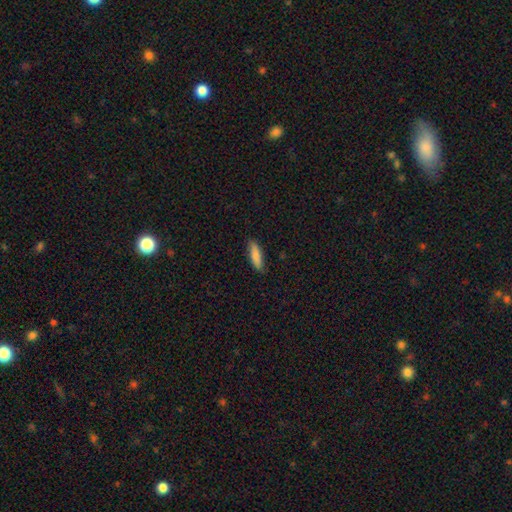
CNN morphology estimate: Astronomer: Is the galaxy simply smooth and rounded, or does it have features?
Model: smooth — 86%.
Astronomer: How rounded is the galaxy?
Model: cigar-shaped — 60% (runner-up: in between, 39%).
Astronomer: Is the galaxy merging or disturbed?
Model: none — 86%.